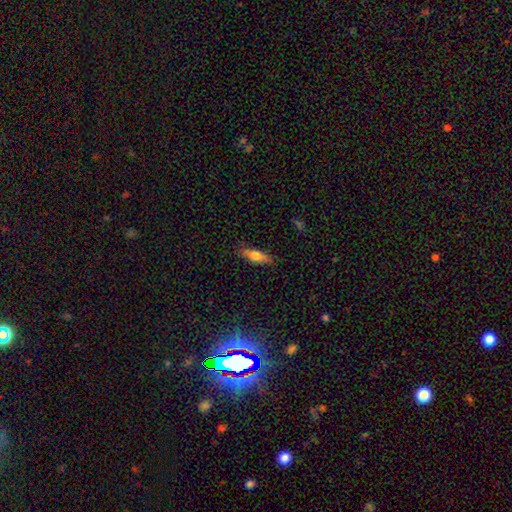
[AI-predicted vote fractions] smooth 67%, featured or disk 26%, star or artifact 7%. Down the decision tree: how rounded — cigar-shaped (52%); merging — none (83%).